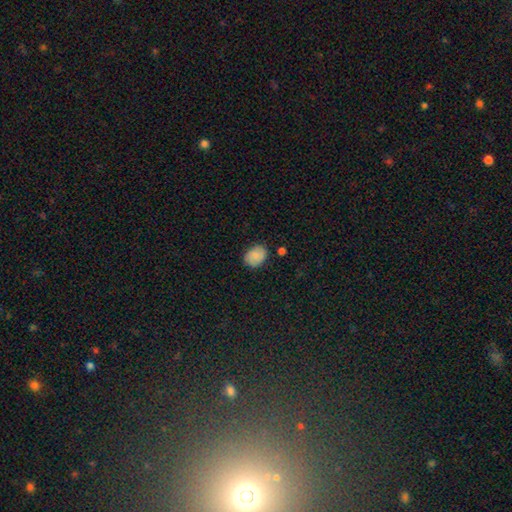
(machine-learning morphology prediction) Smooth or featured? Predicted: smooth (p=0.84). How rounded? Predicted: in between (p=0.66). Merging? Predicted: none (p=0.78).